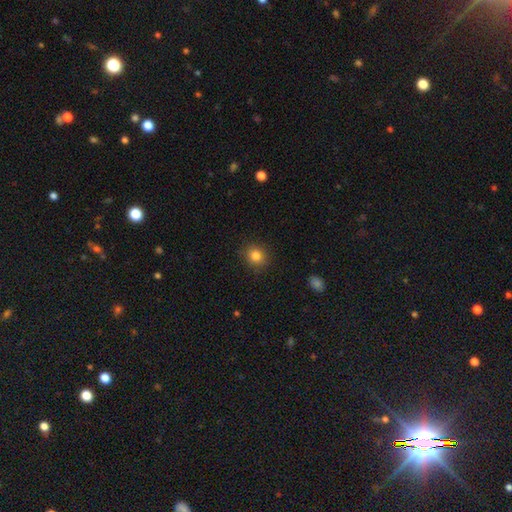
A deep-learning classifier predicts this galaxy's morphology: Smooth or featured?
  - smooth: 83% *
  - star or artifact: 11%
  - featured or disk: 6%
How rounded?
  - round: 81% *
  - in between: 19%
  - cigar-shaped: 1%
Merging?
  - none: 89% *
  - minor disturbance: 7%
  - major disturbance: 2%
  - merger: 1%